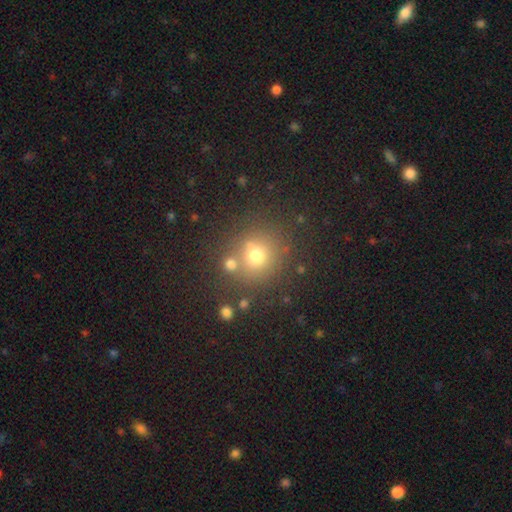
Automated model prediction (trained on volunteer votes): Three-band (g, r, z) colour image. It shows a smooth galaxy with no disk features (70%) that is round (89%). Merging: none (72%).